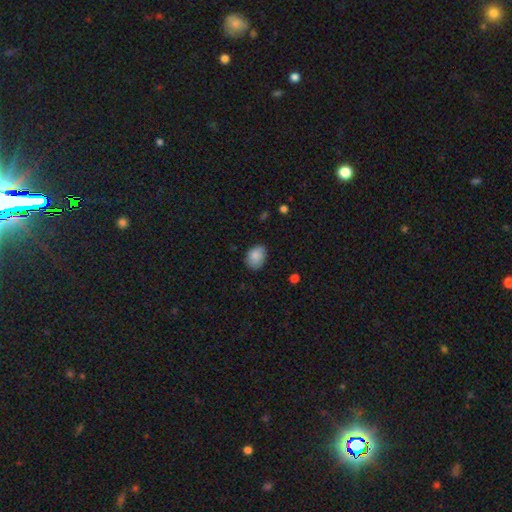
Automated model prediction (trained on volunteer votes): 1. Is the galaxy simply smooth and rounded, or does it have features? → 84% smooth, 9% featured or disk, 7% star or artifact.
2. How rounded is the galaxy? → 70% in between, 29% round, 1% cigar-shaped.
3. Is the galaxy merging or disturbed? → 72% none, 23% minor disturbance, 4% major disturbance, 1% merger.